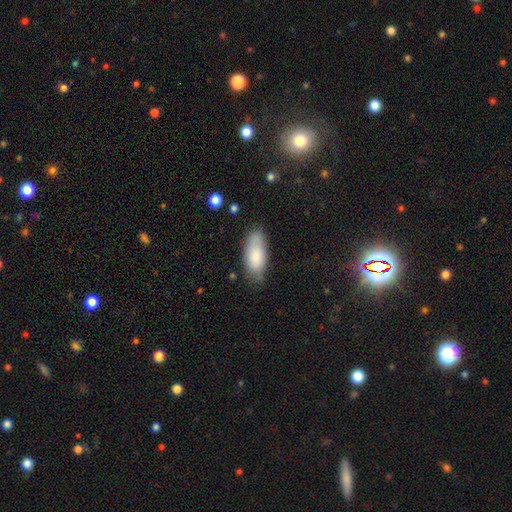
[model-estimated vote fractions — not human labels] Smooth or featured: smooth — 82% (featured or disk — 12%)
How rounded: in between — 87% (cigar-shaped — 11%)
Merging: none — 69% (minor disturbance — 23%)